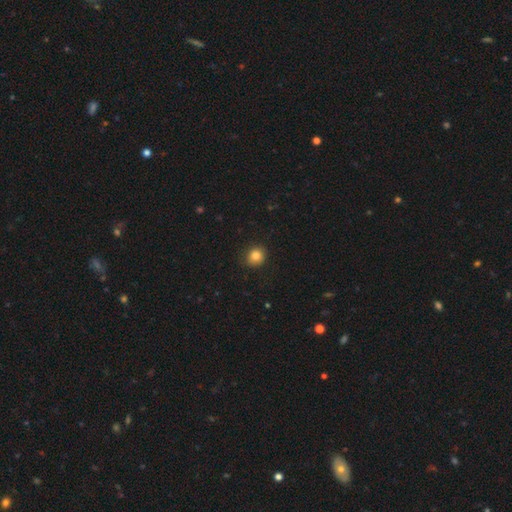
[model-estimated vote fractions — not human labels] Q: Smooth or featured?
A: smooth (83%); runner-up: star or artifact (11%)
Q: How rounded?
A: round (83%); runner-up: in between (16%)
Q: Merging?
A: none (87%); runner-up: minor disturbance (10%)